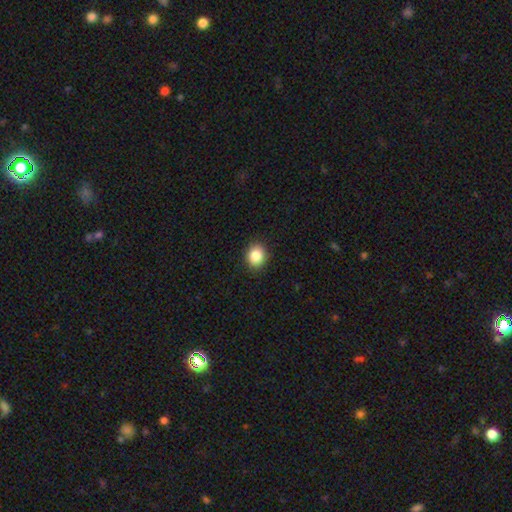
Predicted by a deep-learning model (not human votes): Smooth or featured? smooth (86%)
How rounded? round (69%)
Merging? none (90%)